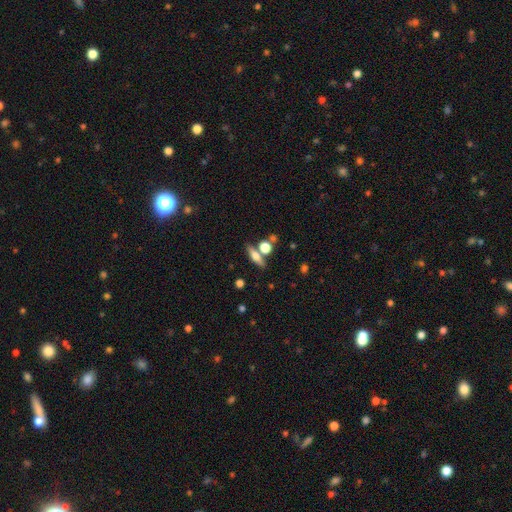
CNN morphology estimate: A smooth galaxy with no disk features (53%) that is cigar-shaped (52%).

Vote fractions:
- Smooth or featured? smooth: 53% / featured or disk: 37% / star or artifact: 10%
- How rounded? cigar-shaped: 52% / in between: 36% / round: 13%
- Merging? none: 69% / merger: 17% / minor disturbance: 10% / major disturbance: 4%